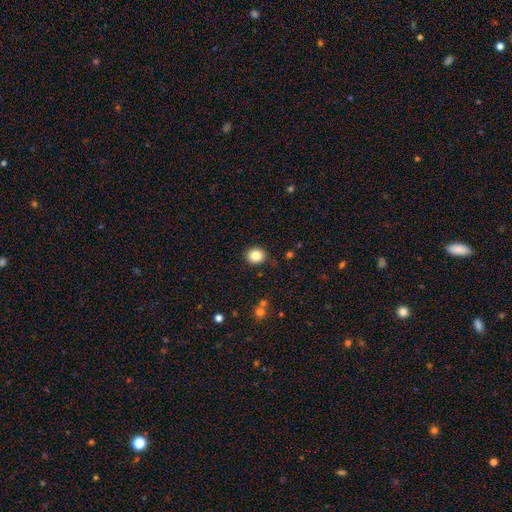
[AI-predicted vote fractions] The model was most divided on "how rounded": round: 77%, in between: 22%, cigar-shaped: 1%. More confident: merging — none (90%); smooth or featured — smooth (84%).